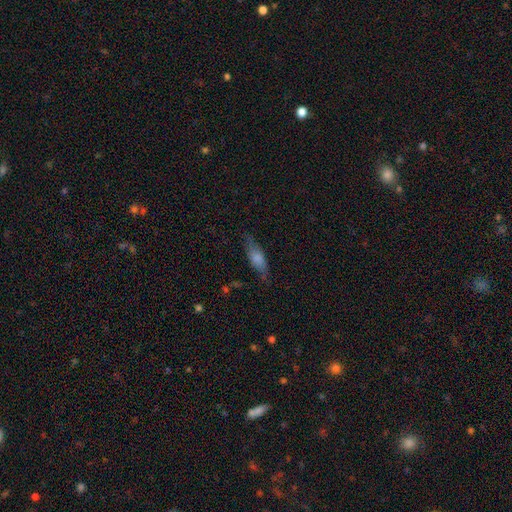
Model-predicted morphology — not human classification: Smooth or featured? Predicted: smooth (p=0.50). How rounded? Predicted: cigar-shaped (p=0.52). Merging? Predicted: none (p=0.76).